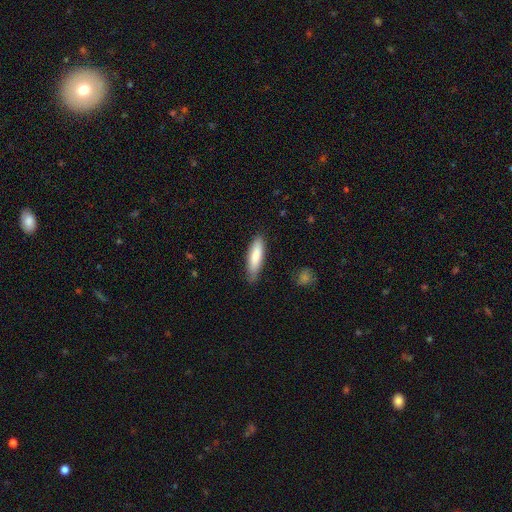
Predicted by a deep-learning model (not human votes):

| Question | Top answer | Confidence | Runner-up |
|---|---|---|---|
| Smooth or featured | smooth | 82% | featured or disk (13%) |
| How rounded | cigar-shaped | 62% | in between (37%) |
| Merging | none | 81% | minor disturbance (15%) |